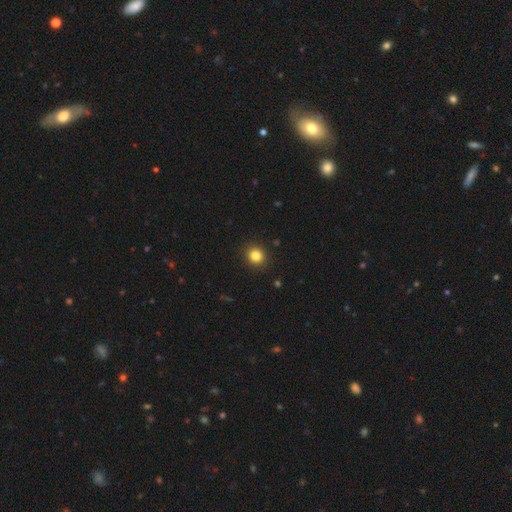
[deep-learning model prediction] Q: Smooth or featured?
A: smooth (83%); runner-up: star or artifact (12%)
Q: How rounded?
A: round (89%); runner-up: in between (10%)
Q: Merging?
A: none (92%); runner-up: minor disturbance (6%)